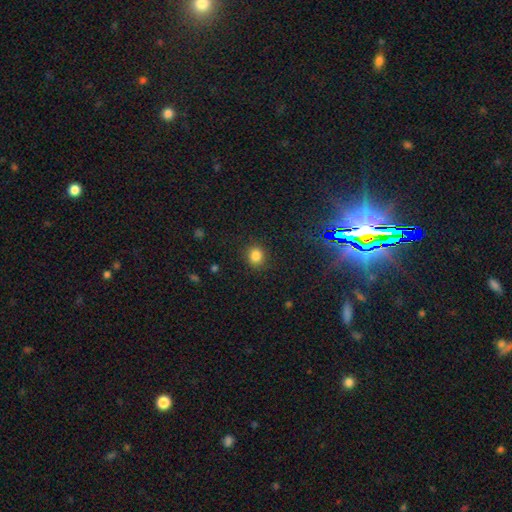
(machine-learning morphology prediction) Smooth or featured? smooth (83%)
How rounded? round (81%)
Merging? none (88%)